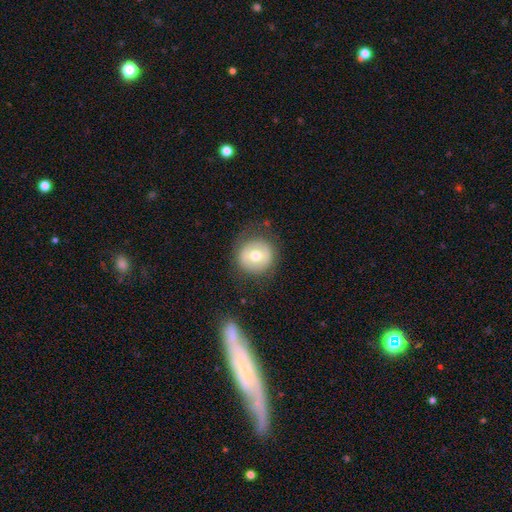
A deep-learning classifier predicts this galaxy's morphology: smooth_or_featured: smooth (p=0.60) [alt: featured or disk p=0.32]
how_rounded: round (p=0.92) [alt: in between p=0.07]
merging: none (p=0.81) [alt: minor disturbance p=0.12]